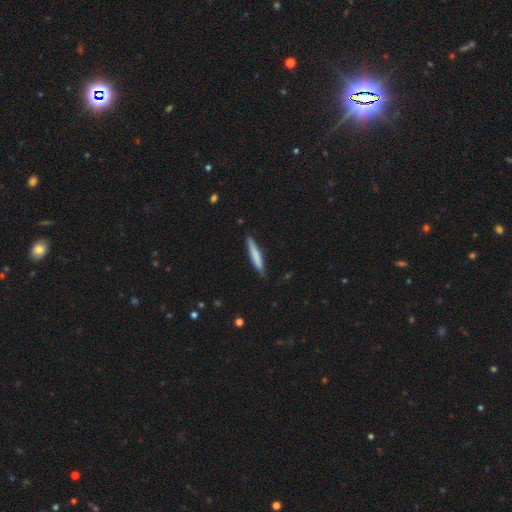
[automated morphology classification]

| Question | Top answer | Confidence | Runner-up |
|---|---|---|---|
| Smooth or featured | smooth | 72% | featured or disk (23%) |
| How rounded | cigar-shaped | 94% | in between (5%) |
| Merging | none | 85% | minor disturbance (12%) |